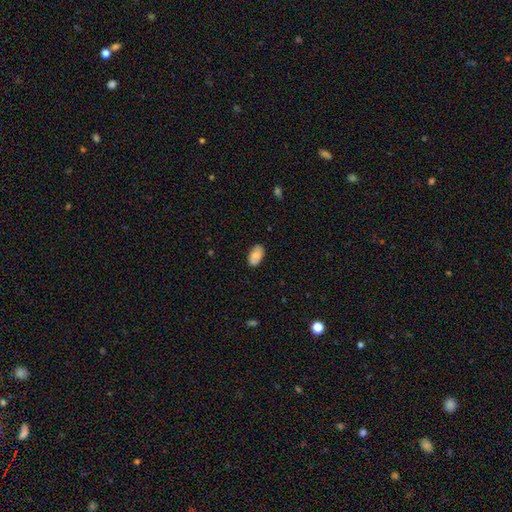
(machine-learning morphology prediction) Smooth or featured: smooth — 73% (featured or disk — 20%)
How rounded: in between — 94% (round — 5%)
Merging: none — 85% (minor disturbance — 12%)